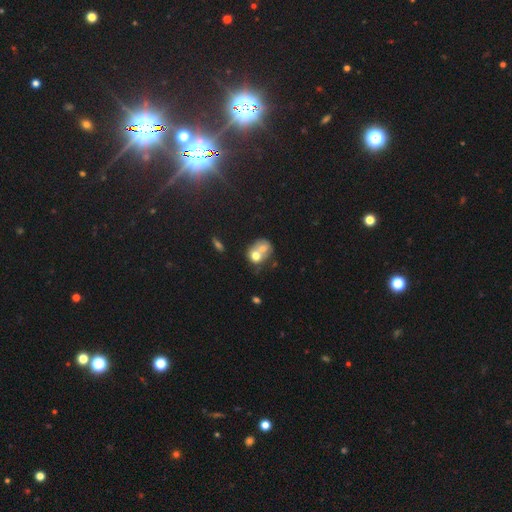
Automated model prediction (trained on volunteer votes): Smooth or featured?
  - smooth: 61% *
  - featured or disk: 29%
  - star or artifact: 10%
How rounded?
  - round: 53% *
  - in between: 46%
  - cigar-shaped: 1%
Merging?
  - merger: 67% *
  - none: 18%
  - minor disturbance: 8%
  - major disturbance: 6%